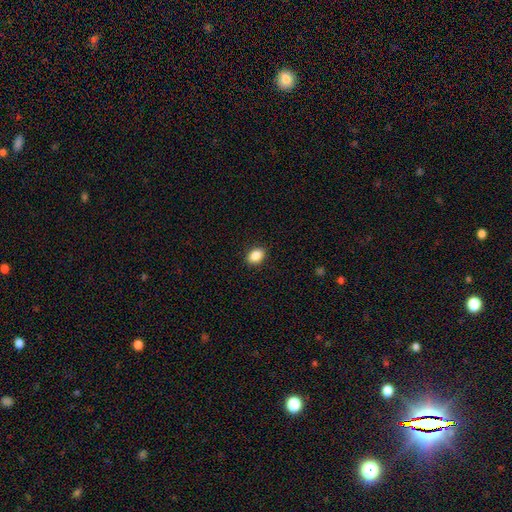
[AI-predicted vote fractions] Q: Smooth or featured?
A: smooth (87%); runner-up: star or artifact (8%)
Q: How rounded?
A: in between (76%); runner-up: round (23%)
Q: Merging?
A: none (90%); runner-up: minor disturbance (7%)